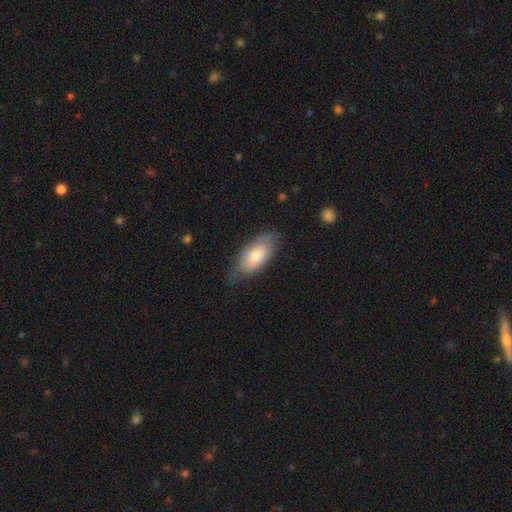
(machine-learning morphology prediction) This is likely a smooth galaxy (67%). How rounded: clearly in between (89%). Merging: likely none (69%).